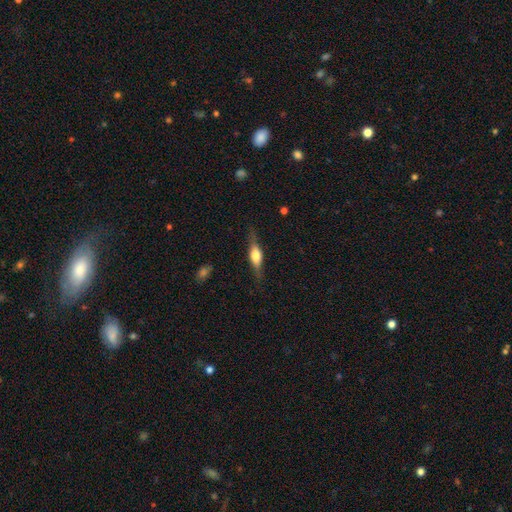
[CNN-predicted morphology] Smooth or featured? featured or disk (59%)
Edge-on disk? yes (94%)
Edge-on bulge? rounded (86%)
Merging? none (82%)